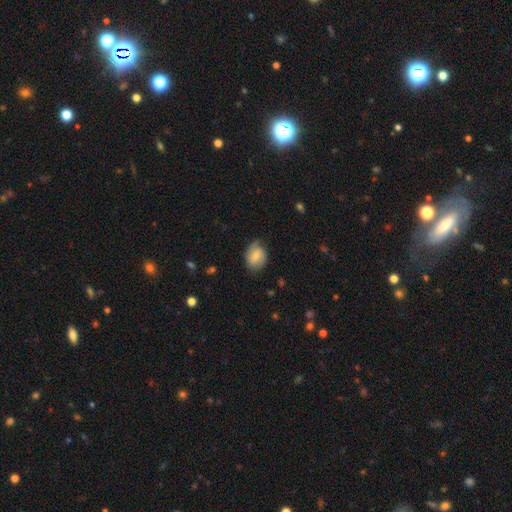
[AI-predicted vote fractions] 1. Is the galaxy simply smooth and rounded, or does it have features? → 53% smooth, 40% featured or disk, 7% star or artifact.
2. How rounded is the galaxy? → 62% in between, 37% round, 1% cigar-shaped.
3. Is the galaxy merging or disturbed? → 63% none, 27% minor disturbance, 8% major disturbance, 1% merger.